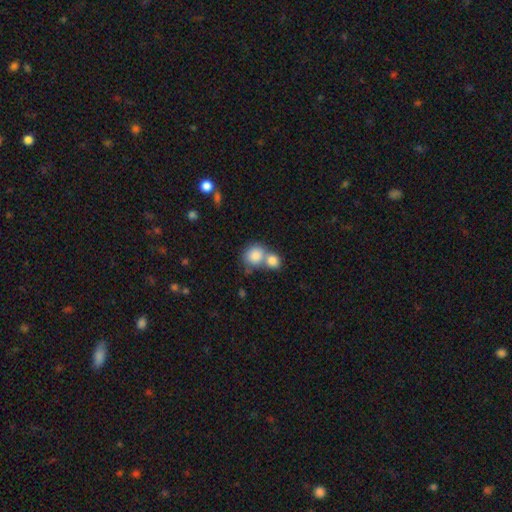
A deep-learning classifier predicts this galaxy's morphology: Smooth or featured? Predicted: smooth (p=0.83). How rounded? Predicted: round (p=0.72). Merging? Predicted: merger (p=0.59).